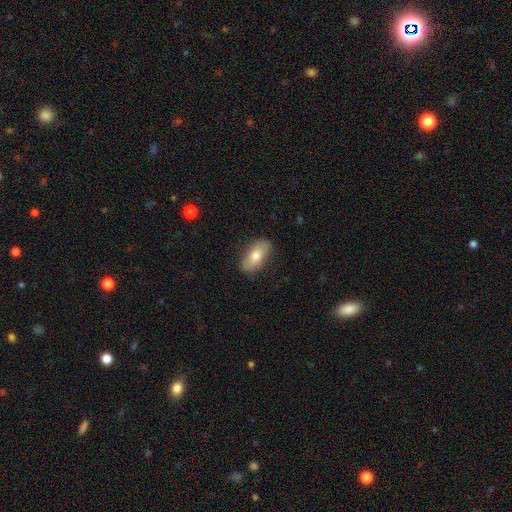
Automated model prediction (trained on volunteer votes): Smooth or featured: smooth — 73% (featured or disk — 20%)
How rounded: in between — 90% (cigar-shaped — 6%)
Merging: none — 85% (minor disturbance — 12%)